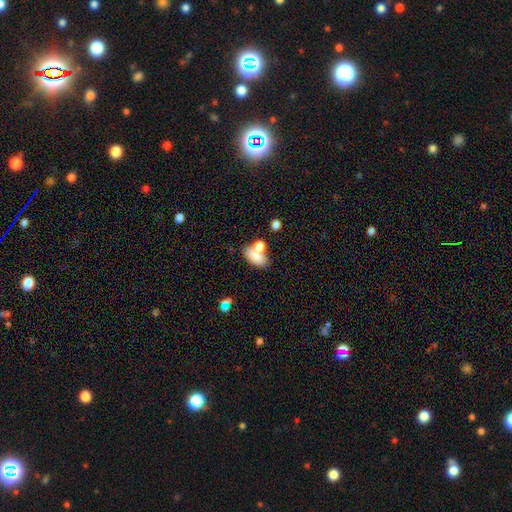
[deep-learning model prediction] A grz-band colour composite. It shows a smooth galaxy with no disk features (78%) that is in between round and cigar-shaped (88%). Merging: none (42%).